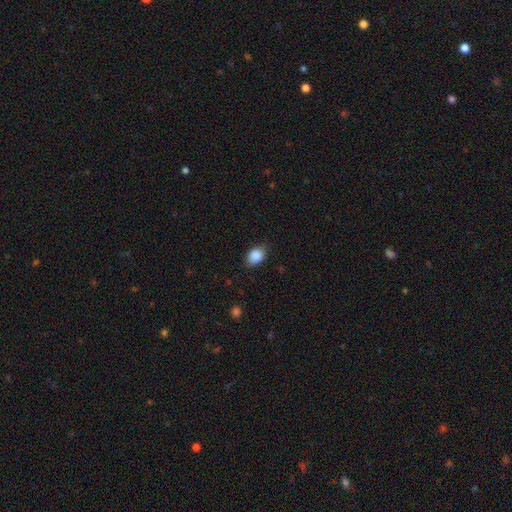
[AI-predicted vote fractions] A smooth galaxy with no disk features (88%) that is in between round and cigar-shaped (74%).

Vote fractions:
- Smooth or featured? smooth: 88% / star or artifact: 8% / featured or disk: 4%
- How rounded? in between: 74% / round: 25% / cigar-shaped: 1%
- Merging? none: 77% / minor disturbance: 18% / major disturbance: 4% / merger: 1%